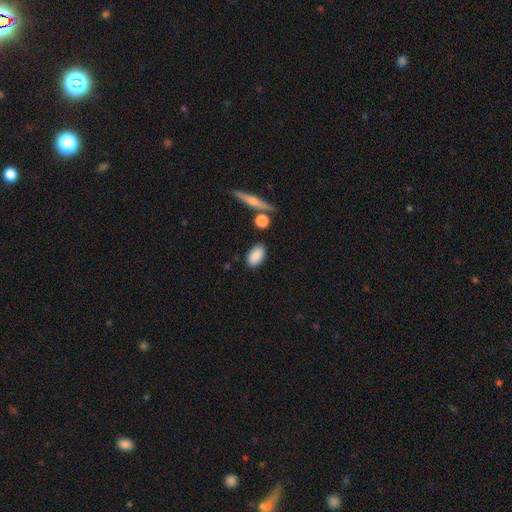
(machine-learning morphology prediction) Q: Smooth or featured?
A: smooth (87%); runner-up: star or artifact (7%)
Q: How rounded?
A: in between (91%); runner-up: round (6%)
Q: Merging?
A: none (81%); runner-up: minor disturbance (12%)